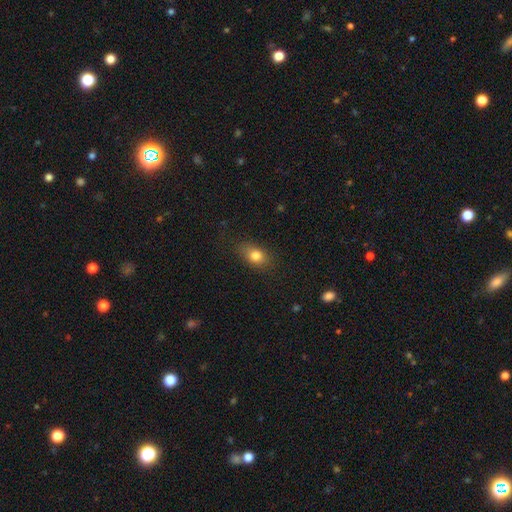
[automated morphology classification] Q: Smooth or featured?
A: smooth (80%); runner-up: star or artifact (10%)
Q: How rounded?
A: in between (72%); runner-up: round (25%)
Q: Merging?
A: none (79%); runner-up: minor disturbance (16%)